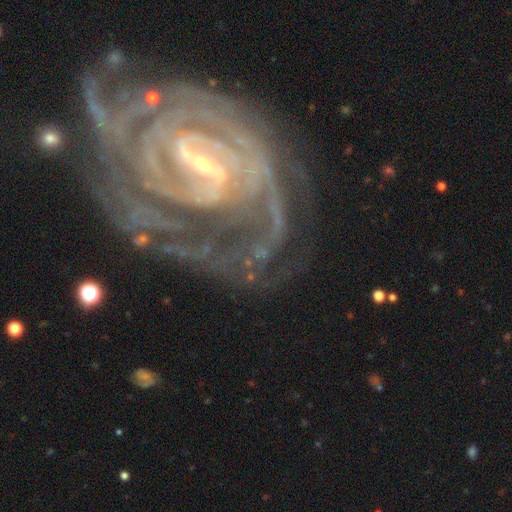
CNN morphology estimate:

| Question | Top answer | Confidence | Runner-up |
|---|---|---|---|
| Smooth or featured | featured or disk | 91% | star or artifact (6%) |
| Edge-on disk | no | 97% | yes (3%) |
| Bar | strong | 61% | weak (30%) |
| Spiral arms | yes | 98% | no (2%) |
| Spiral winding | tight | 72% | medium (23%) |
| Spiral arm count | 2 | 26% | can't tell (21%) |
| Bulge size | small | 76% | moderate (19%) |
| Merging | none | 59% | minor disturbance (18%) |